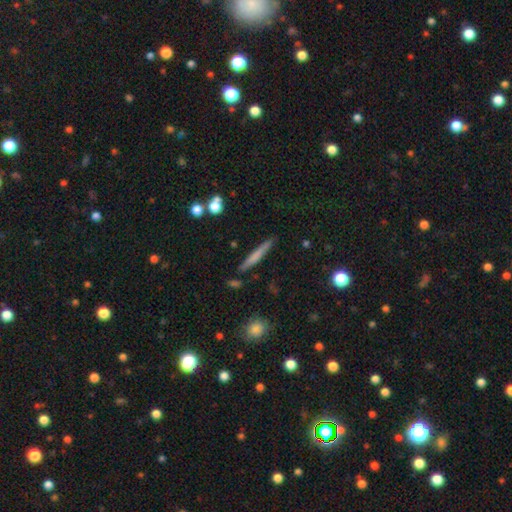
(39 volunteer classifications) smooth-or-featured: smooth: 62% | featured or disk: 28% | star or artifact: 10%
  how-rounded: cigar-shaped: 96% | round: 4% | in between: 0%
  merging: none: 80% | minor disturbance: 14% | major disturbance: 3% | merger: 3%